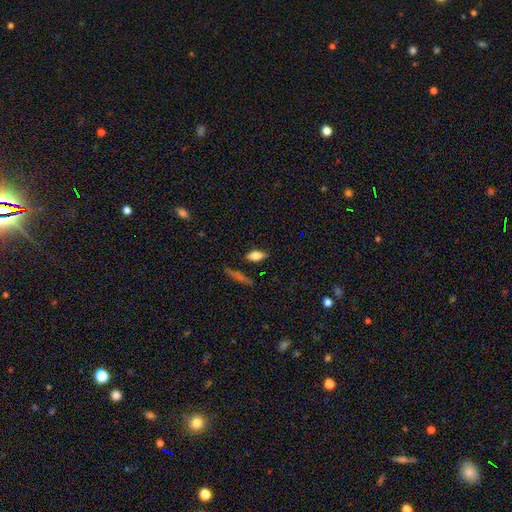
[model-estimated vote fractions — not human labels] Smooth or featured? Predicted: smooth (p=0.73). How rounded? Predicted: in between (p=0.84). Merging? Predicted: none (p=0.80).